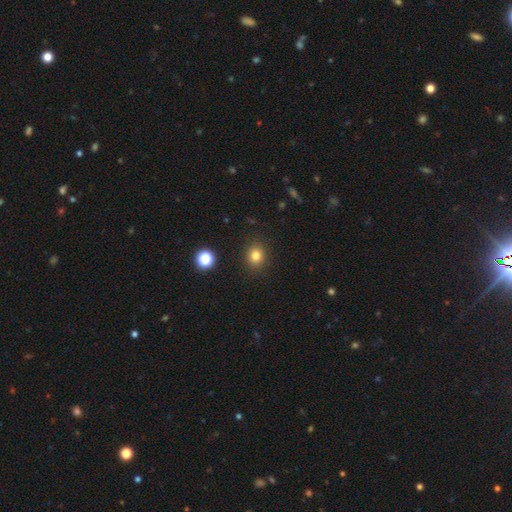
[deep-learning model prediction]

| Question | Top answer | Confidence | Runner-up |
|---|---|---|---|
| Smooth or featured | smooth | 81% | star or artifact (13%) |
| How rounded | round | 72% | in between (28%) |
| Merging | none | 88% | minor disturbance (8%) |